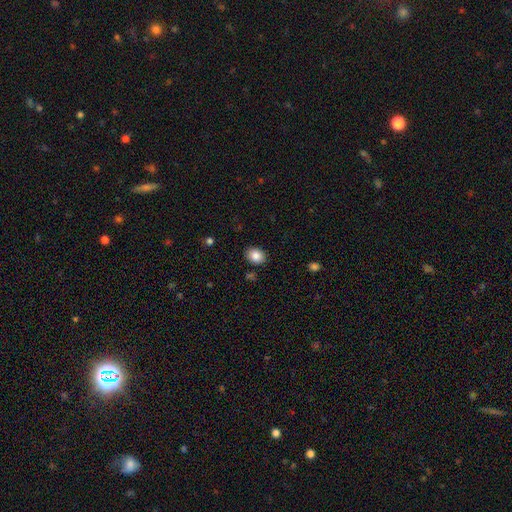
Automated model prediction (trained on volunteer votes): smooth_or_featured: smooth (p=0.85) [alt: star or artifact p=0.08]
how_rounded: in between (p=0.64) [alt: round p=0.35]
merging: none (p=0.86) [alt: minor disturbance p=0.10]